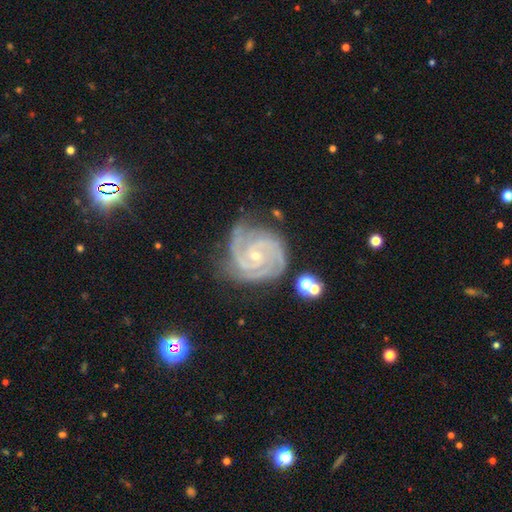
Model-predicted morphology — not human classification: Smooth or featured? Predicted: featured or disk (p=0.92). Edge-on disk? Predicted: no (p=0.98). Bar? Predicted: no (p=0.68). Spiral arms? Predicted: yes (p=0.99). Spiral winding? Predicted: tight (p=0.75). Spiral arm count? Predicted: 3 (p=0.47). Bulge size? Predicted: small (p=0.79). Merging? Predicted: none (p=0.70).